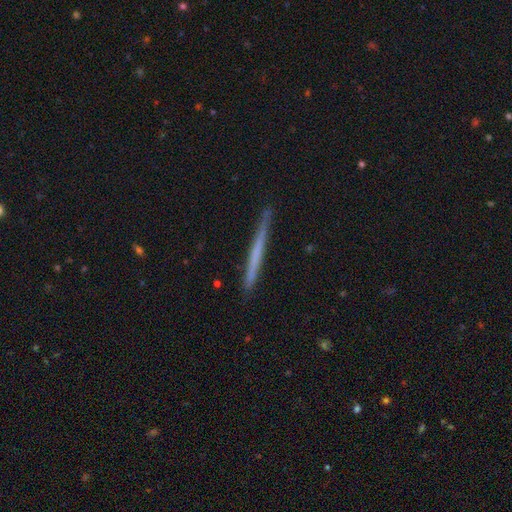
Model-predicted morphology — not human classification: Overall: smooth (48%; featured or disk 47%). Merging: none (89%).